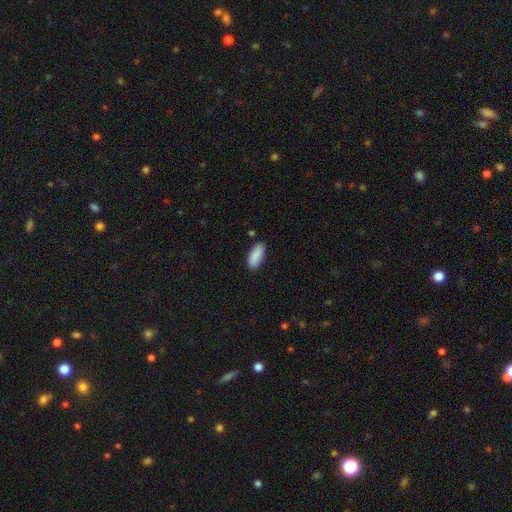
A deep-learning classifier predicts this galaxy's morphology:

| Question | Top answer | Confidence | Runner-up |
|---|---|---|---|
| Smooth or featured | smooth | 90% | star or artifact (6%) |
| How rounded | in between | 86% | cigar-shaped (12%) |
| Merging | none | 86% | minor disturbance (11%) |